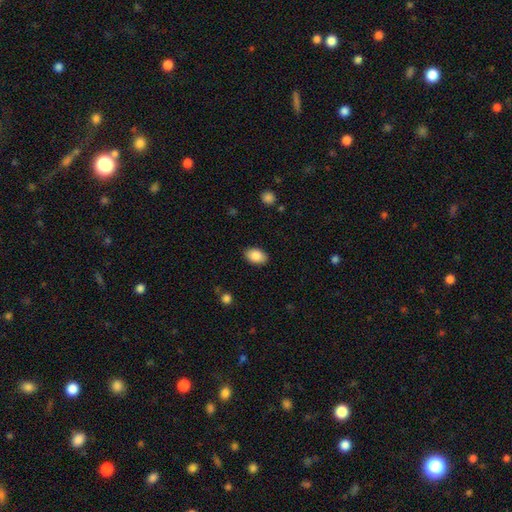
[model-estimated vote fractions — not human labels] Smooth or featured? Predicted: smooth (p=0.86). How rounded? Predicted: in between (p=0.88). Merging? Predicted: none (p=0.87).